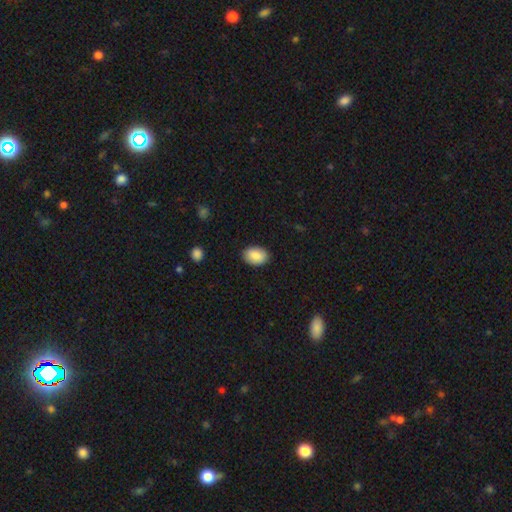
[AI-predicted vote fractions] smooth 88%, star or artifact 7%, featured or disk 5%. Down the decision tree: how rounded — in between (85%); merging — none (89%).